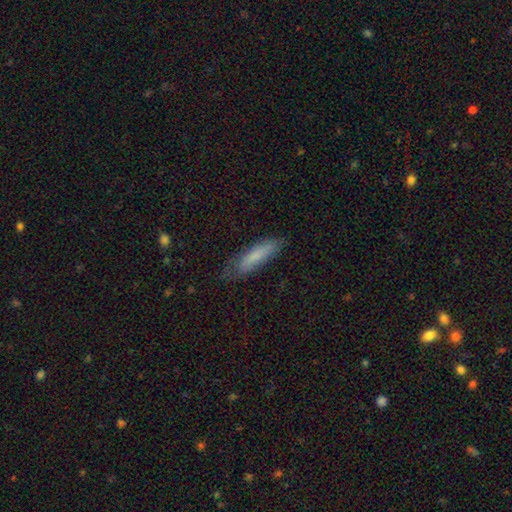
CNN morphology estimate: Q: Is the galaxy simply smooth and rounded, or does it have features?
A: smooth — 74%.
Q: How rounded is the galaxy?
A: cigar-shaped — 72%.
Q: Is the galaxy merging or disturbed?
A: none — 70%.